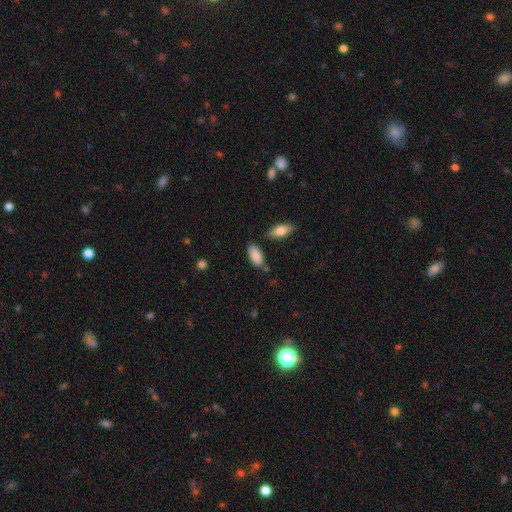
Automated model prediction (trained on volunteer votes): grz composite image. It shows a smooth galaxy with no disk features (88%) that is in between round and cigar-shaped (91%). Merging: none (75%).